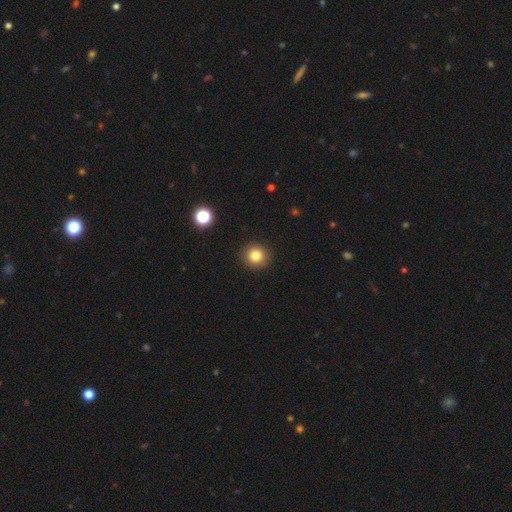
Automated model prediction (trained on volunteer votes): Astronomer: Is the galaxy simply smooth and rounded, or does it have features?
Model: smooth — 82%.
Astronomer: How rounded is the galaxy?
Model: round — 92%.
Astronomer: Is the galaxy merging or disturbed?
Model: none — 91%.